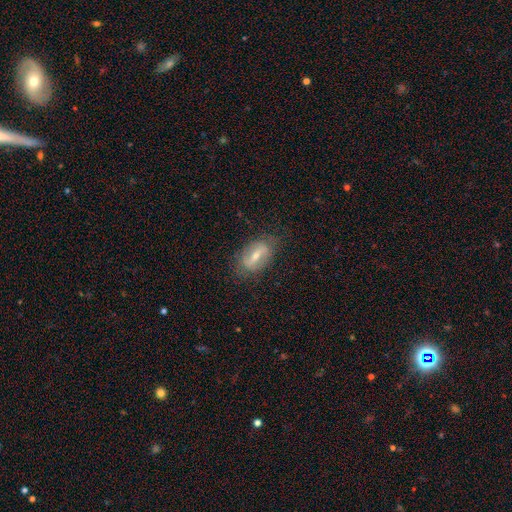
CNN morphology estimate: smooth-or-featured: featured or disk: 57% | smooth: 36% | star or artifact: 7%
  disk-edge-on: no: 87% | yes: 13%
  merging: none: 75% | minor disturbance: 18% | major disturbance: 6% | merger: 1%